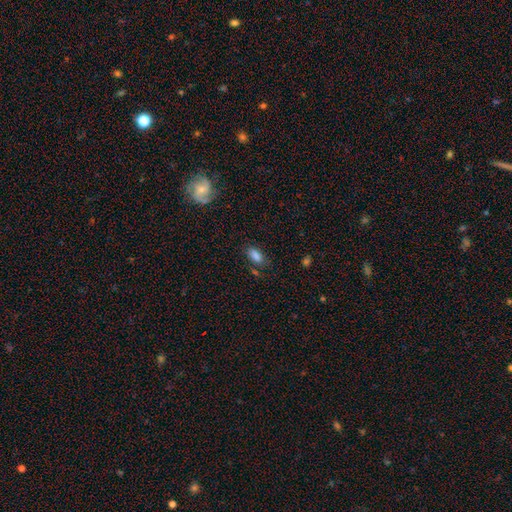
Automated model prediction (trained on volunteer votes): Smooth or featured?
  - smooth: 84% *
  - star or artifact: 10%
  - featured or disk: 6%
How rounded?
  - in between: 89% *
  - cigar-shaped: 7%
  - round: 4%
Merging?
  - none: 74% *
  - minor disturbance: 16%
  - merger: 5%
  - major disturbance: 5%